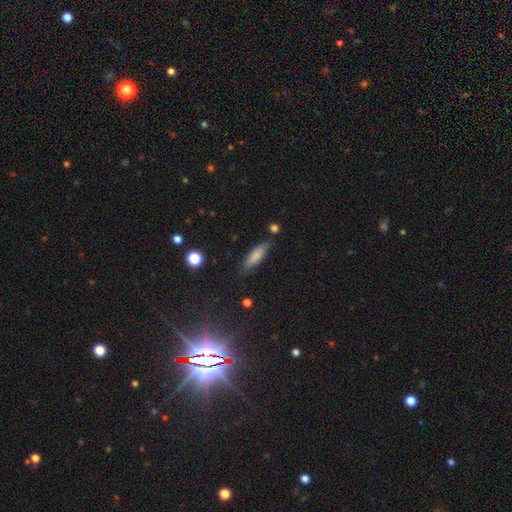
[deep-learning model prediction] A smooth galaxy with no disk features (78%) that is cigar-shaped (52%).

Vote fractions:
- Smooth or featured? smooth: 78% / featured or disk: 15% / star or artifact: 7%
- How rounded? cigar-shaped: 52% / in between: 46% / round: 2%
- Merging? none: 76% / minor disturbance: 18% / major disturbance: 4% / merger: 3%